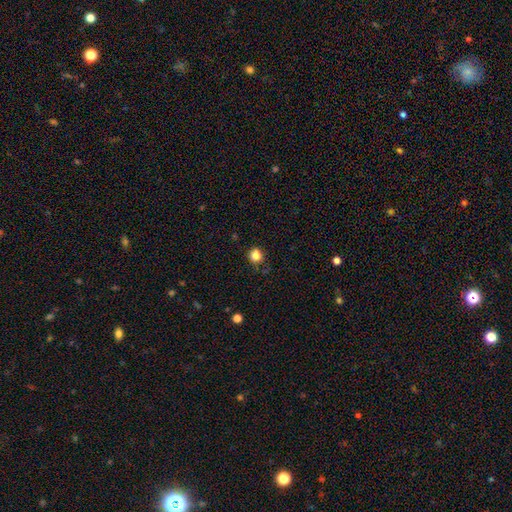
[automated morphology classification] The model was most divided on "merging": none: 78%, minor disturbance: 16%, major disturbance: 4%, merger: 3%. More confident: how rounded — round (86%); smooth or featured — smooth (82%).